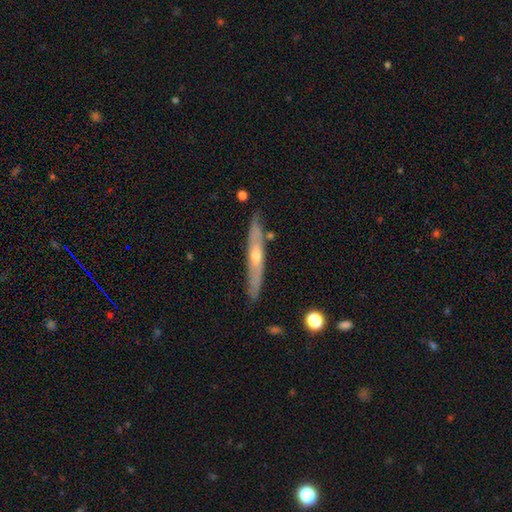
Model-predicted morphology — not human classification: type=featured or disk (69%); edge-on=yes (87%); edge-on bulge=rounded (75%); merging=none (84%).